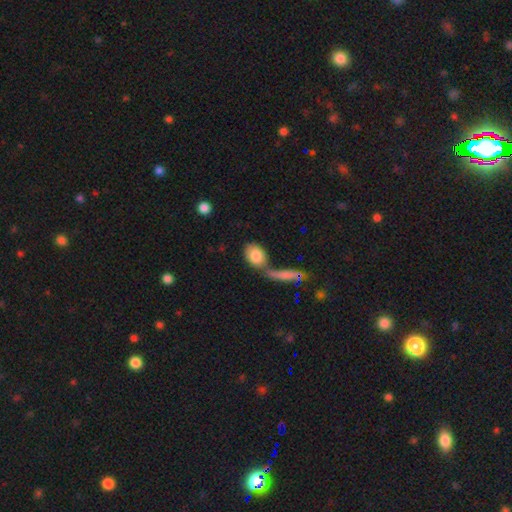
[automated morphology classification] Smooth or featured: smooth — 81% (featured or disk — 12%)
How rounded: in between — 76% (round — 20%)
Merging: none — 43% (merger — 39%)